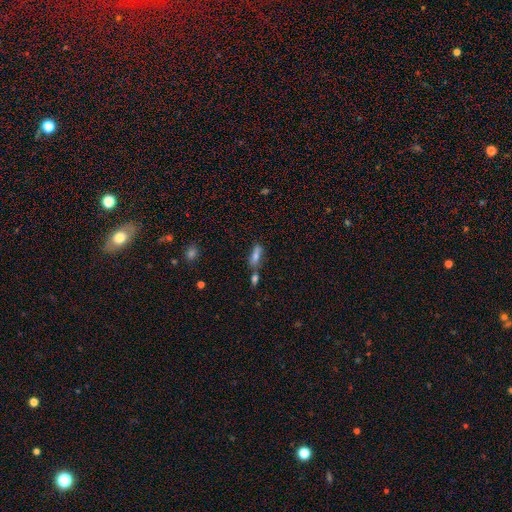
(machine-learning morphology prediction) Smooth or featured: smooth — 69% (featured or disk — 20%)
How rounded: in between — 58% (cigar-shaped — 39%)
Merging: none — 49% (merger — 29%)